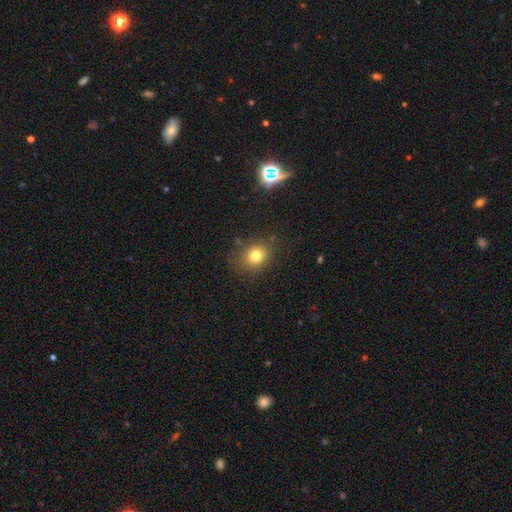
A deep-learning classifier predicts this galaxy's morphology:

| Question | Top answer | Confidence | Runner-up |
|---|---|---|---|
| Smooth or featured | smooth | 77% | star or artifact (14%) |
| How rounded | round | 64% | in between (35%) |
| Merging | none | 78% | minor disturbance (14%) |